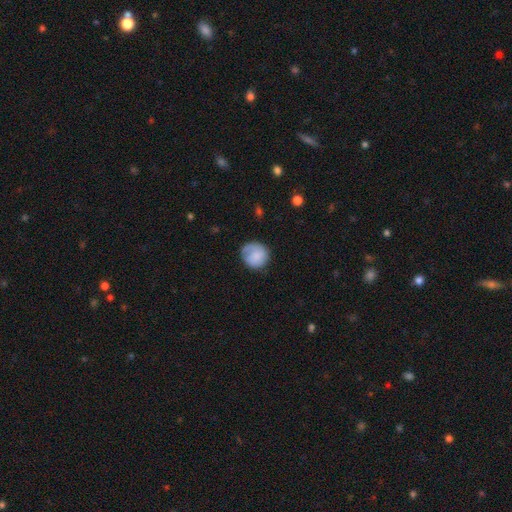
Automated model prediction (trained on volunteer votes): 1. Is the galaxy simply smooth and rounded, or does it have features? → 75% smooth, 19% featured or disk, 7% star or artifact.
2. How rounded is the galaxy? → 86% round, 13% in between, 1% cigar-shaped.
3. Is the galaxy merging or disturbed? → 65% none, 22% minor disturbance, 11% major disturbance, 2% merger.